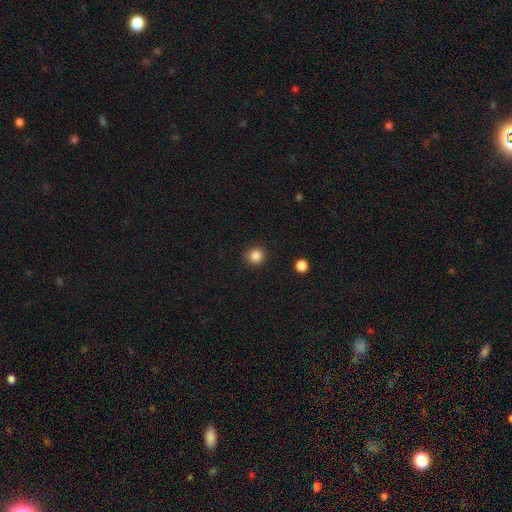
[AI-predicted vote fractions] smooth_or_featured: smooth (p=0.85) [alt: star or artifact p=0.11]
how_rounded: round (p=0.91) [alt: in between p=0.08]
merging: none (p=0.90) [alt: minor disturbance p=0.06]